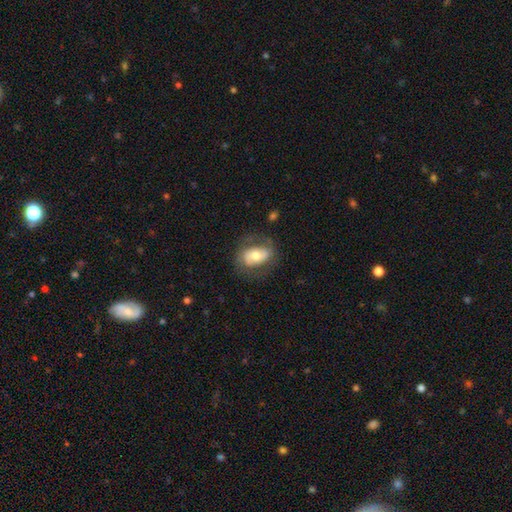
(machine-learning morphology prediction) Smooth or featured? Predicted: smooth (p=0.46, tied with featured or disk). Merging? Predicted: none (p=0.67).